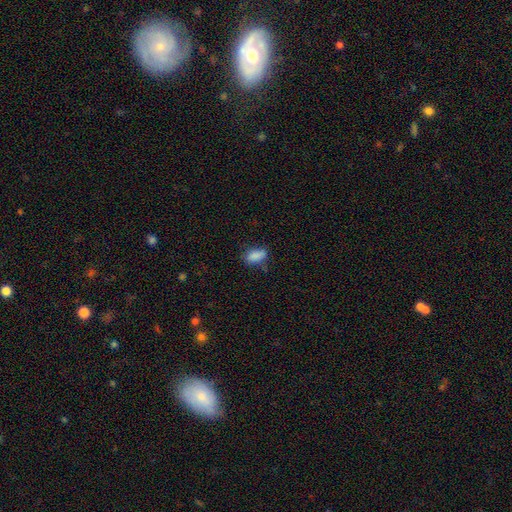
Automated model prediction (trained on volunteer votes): Q: Smooth or featured?
A: smooth (86%); runner-up: star or artifact (8%)
Q: How rounded?
A: in between (88%); runner-up: cigar-shaped (8%)
Q: Merging?
A: none (67%); runner-up: minor disturbance (24%)